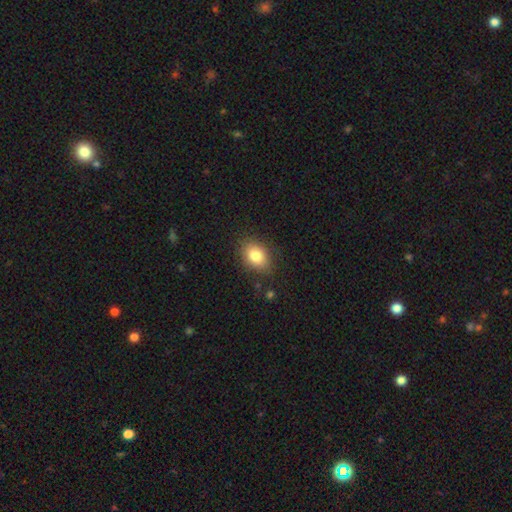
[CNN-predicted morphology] Smooth or featured: smooth — 82% (star or artifact — 9%)
How rounded: in between — 72% (round — 27%)
Merging: none — 83% (minor disturbance — 12%)